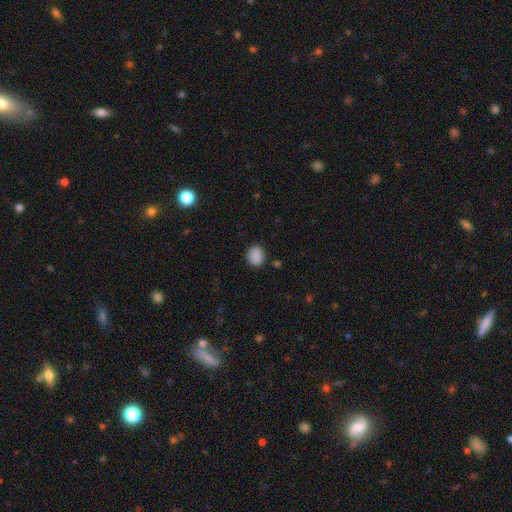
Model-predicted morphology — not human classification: type=smooth (88%); roundness=round (61%); merging=none (85%).